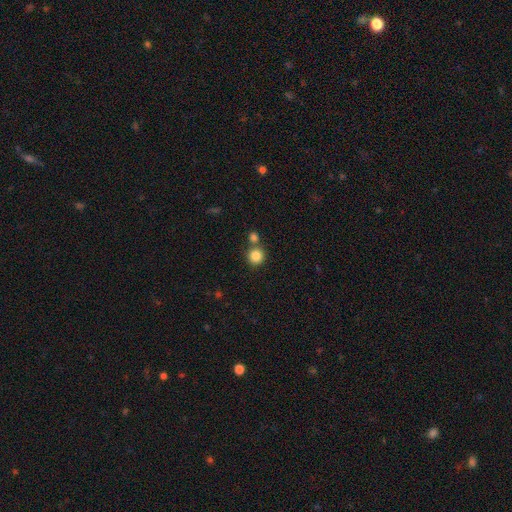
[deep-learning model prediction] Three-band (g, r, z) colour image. It shows a smooth galaxy with no disk features (85%) that is round (91%). Merging: none (65%).